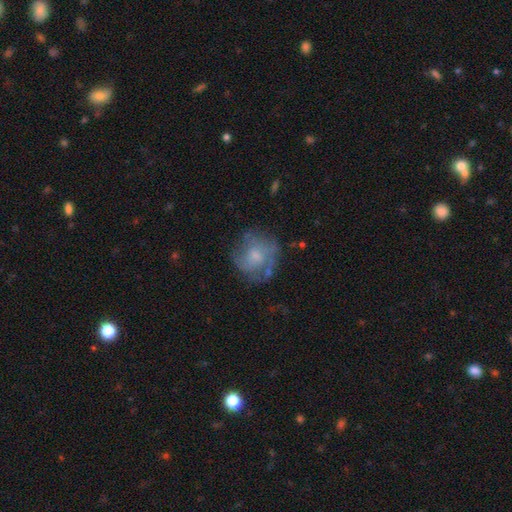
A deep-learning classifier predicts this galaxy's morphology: type=featured or disk (54%); edge-on=no (98%); bar=no (75%); spiral arms=yes (63%); bulge=small (50%); merging=none (60%).